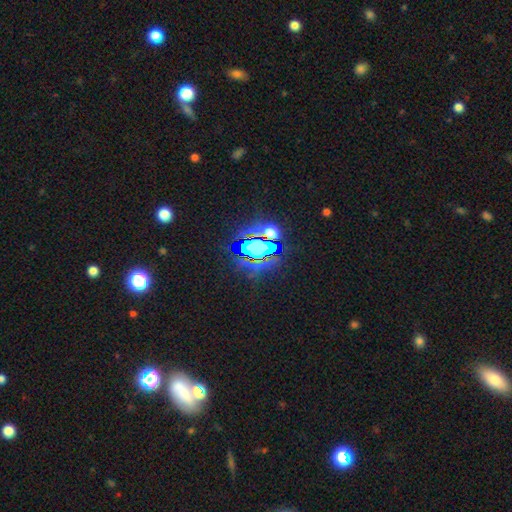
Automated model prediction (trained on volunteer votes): Morphology: type=star or artifact (81%).